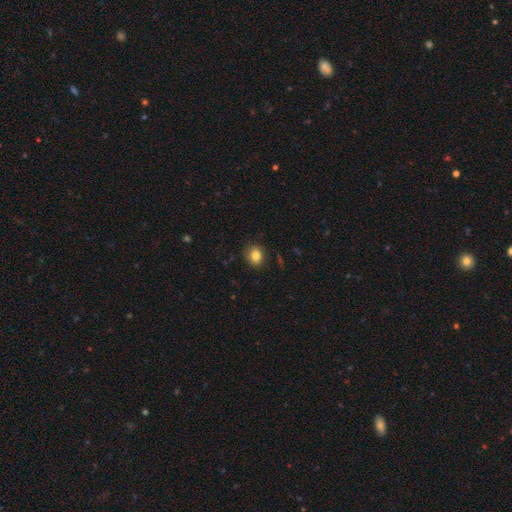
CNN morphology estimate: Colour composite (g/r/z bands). It shows a smooth galaxy with no disk features (81%) that is round (54%). Merging: none (81%).